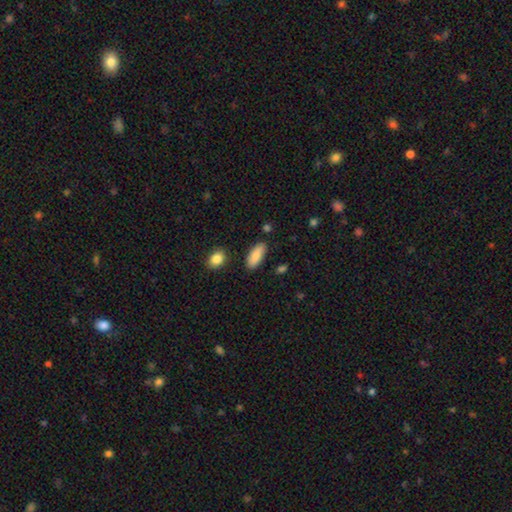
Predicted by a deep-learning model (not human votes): A smooth galaxy with no disk features (85%) that is in between round and cigar-shaped (84%).

Vote fractions:
- Smooth or featured? smooth: 85% / featured or disk: 9% / star or artifact: 6%
- How rounded? in between: 84% / cigar-shaped: 14% / round: 2%
- Merging? none: 85% / minor disturbance: 10% / merger: 3% / major disturbance: 2%